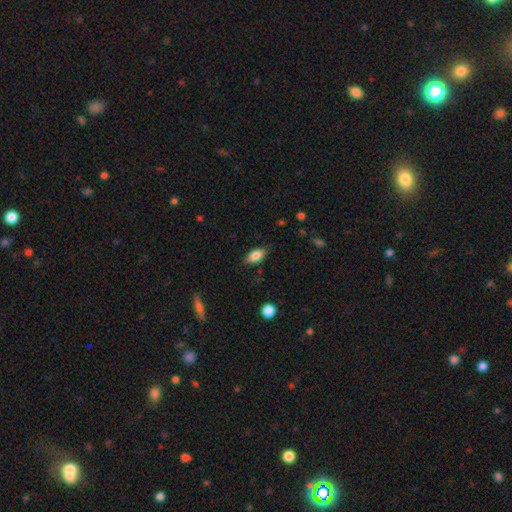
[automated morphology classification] Smooth or featured? Predicted: smooth (p=0.83). How rounded? Predicted: in between (p=0.90). Merging? Predicted: none (p=0.82).